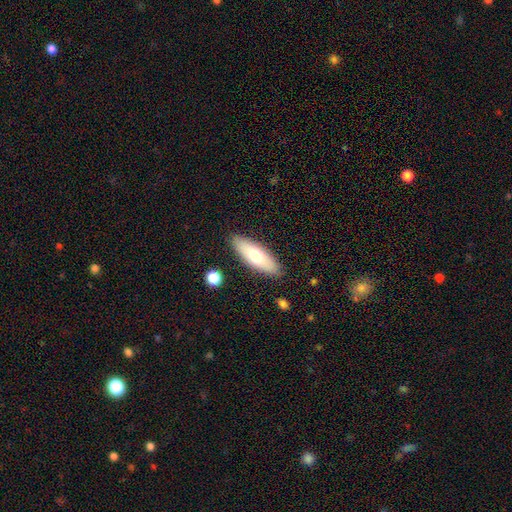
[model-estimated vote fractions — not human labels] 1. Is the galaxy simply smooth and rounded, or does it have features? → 67% smooth, 27% featured or disk, 6% star or artifact.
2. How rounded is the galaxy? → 62% in between, 36% cigar-shaped, 2% round.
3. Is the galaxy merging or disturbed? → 87% none, 10% minor disturbance, 2% major disturbance, 2% merger.